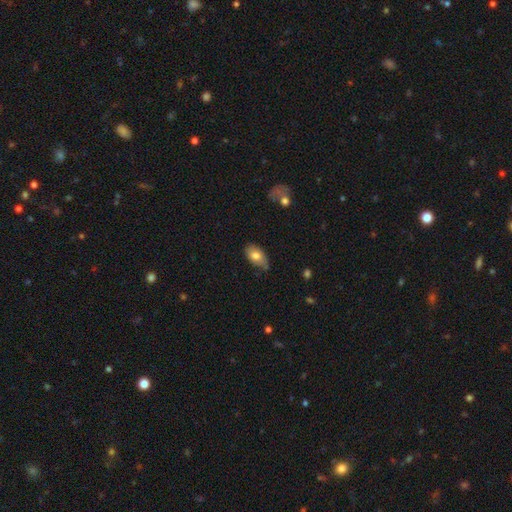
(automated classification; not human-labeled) A smooth galaxy with no disk features (74%) that is in between round and cigar-shaped (92%).

Vote fractions:
- Smooth or featured? smooth: 74% / featured or disk: 19% / star or artifact: 7%
- How rounded? in between: 92% / round: 6% / cigar-shaped: 2%
- Merging? none: 61% / minor disturbance: 31% / major disturbance: 6% / merger: 2%